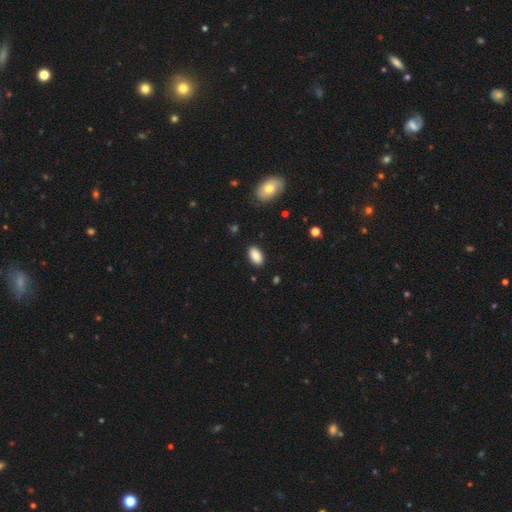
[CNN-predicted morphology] Smooth or featured?
  - smooth: 88% *
  - star or artifact: 7%
  - featured or disk: 5%
How rounded?
  - in between: 94% *
  - round: 4%
  - cigar-shaped: 2%
Merging?
  - none: 88% *
  - minor disturbance: 8%
  - major disturbance: 2%
  - merger: 1%